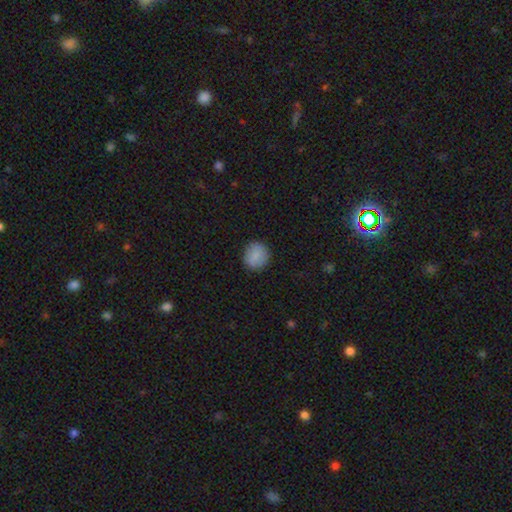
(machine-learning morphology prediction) smooth_or_featured: smooth (p=0.86) [alt: star or artifact p=0.07]
how_rounded: round (p=0.87) [alt: in between p=0.12]
merging: none (p=0.89) [alt: minor disturbance p=0.08]